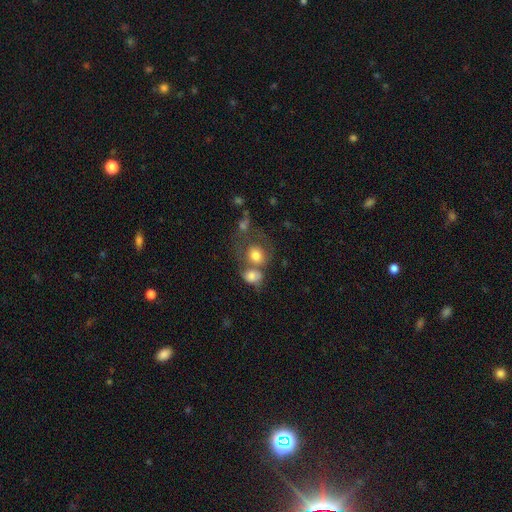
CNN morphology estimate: smooth 72%, featured or disk 18%, star or artifact 10%. Down the decision tree: how rounded — round (66%); merging — merger (51%).